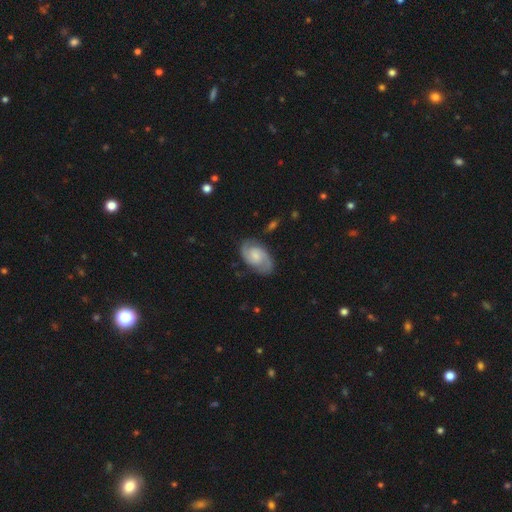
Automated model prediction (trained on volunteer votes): Smooth or featured? featured or disk (80%)
Edge-on disk? no (97%)
Bar? no (56%)
Spiral arms? yes (96%)
Spiral winding? medium (51%)
Spiral arm count? 2 (91%)
Bulge size? small (42%)
Merging? none (79%)